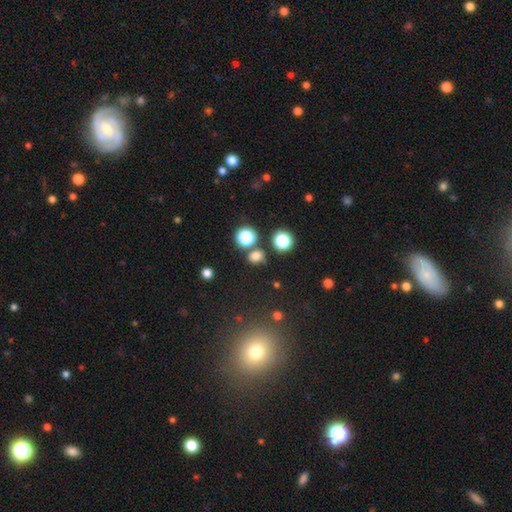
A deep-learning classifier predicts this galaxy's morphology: smooth-or-featured: smooth: 70% | star or artifact: 24% | featured or disk: 6%
  how-rounded: round: 69% | in between: 30% | cigar-shaped: 1%
  merging: none: 73% | merger: 12% | minor disturbance: 11% | major disturbance: 4%